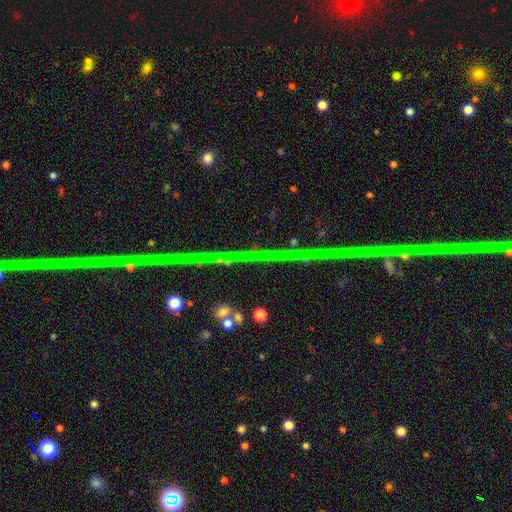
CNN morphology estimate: star or artifact 74%, featured or disk 17%, smooth 9%.